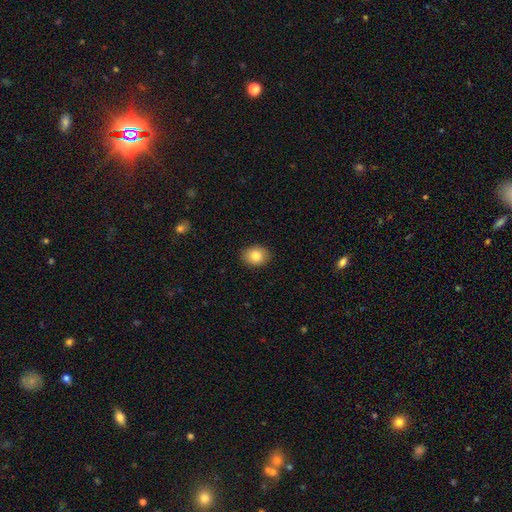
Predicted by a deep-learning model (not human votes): Smooth or featured? smooth (83%)
How rounded? in between (58%)
Merging? none (89%)